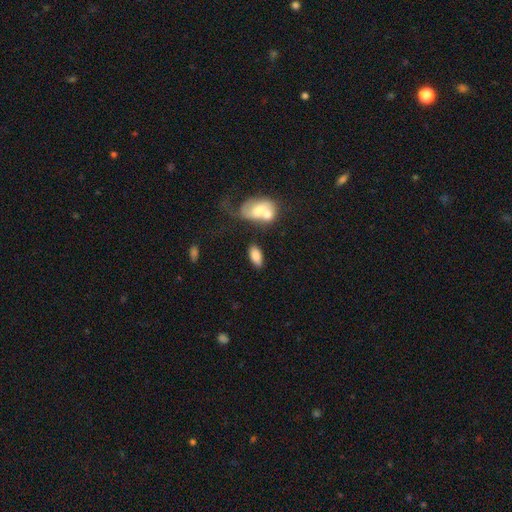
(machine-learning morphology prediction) Smooth or featured? Predicted: smooth (p=0.80). How rounded? Predicted: in between (p=0.90). Merging? Predicted: none (p=0.67).